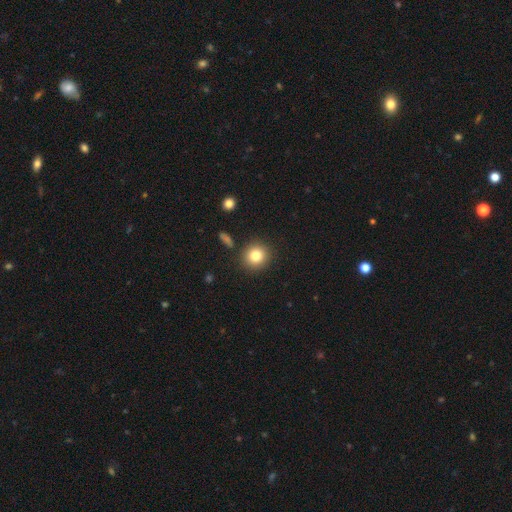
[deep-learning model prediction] Smooth or featured? Predicted: smooth (p=0.81). How rounded? Predicted: round (p=0.89). Merging? Predicted: none (p=0.89).